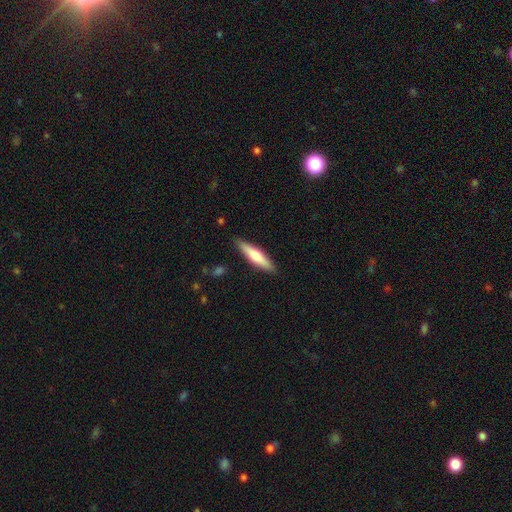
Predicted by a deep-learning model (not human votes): Morphology: type=smooth (58%); roundness=cigar-shaped (80%); merging=none (88%).